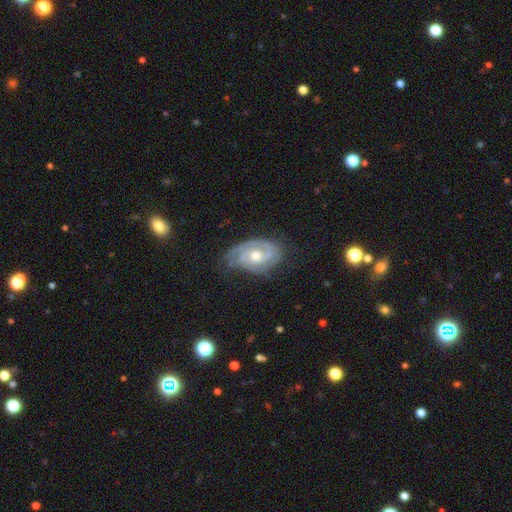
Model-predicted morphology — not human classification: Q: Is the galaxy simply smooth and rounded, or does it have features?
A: featured or disk — 87%.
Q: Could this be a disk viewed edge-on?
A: no — 97%.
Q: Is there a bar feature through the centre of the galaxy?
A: no — 66%.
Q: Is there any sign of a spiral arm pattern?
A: yes — 96%.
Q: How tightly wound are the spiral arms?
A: tight — 67%.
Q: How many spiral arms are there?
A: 2 — 58%.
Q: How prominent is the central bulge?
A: moderate — 68%.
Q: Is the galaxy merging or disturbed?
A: none — 70%.